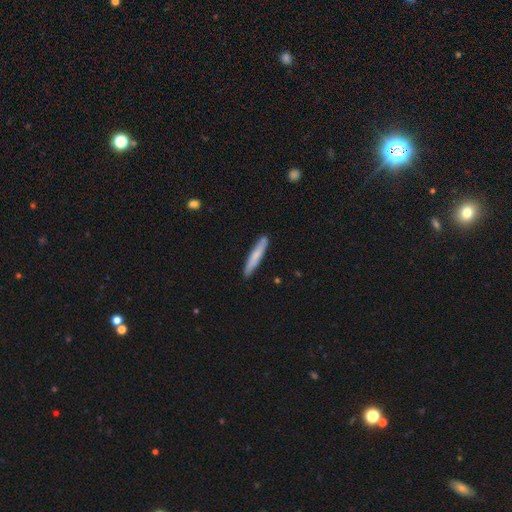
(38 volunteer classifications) Smooth or featured?
  - smooth: 66% *
  - featured or disk: 29%
  - star or artifact: 5%
How rounded?
  - cigar-shaped: 96% *
  - in between: 4%
  - round: 0%
Merging?
  - none: 92% *
  - minor disturbance: 6%
  - major disturbance: 3%
  - merger: 0%